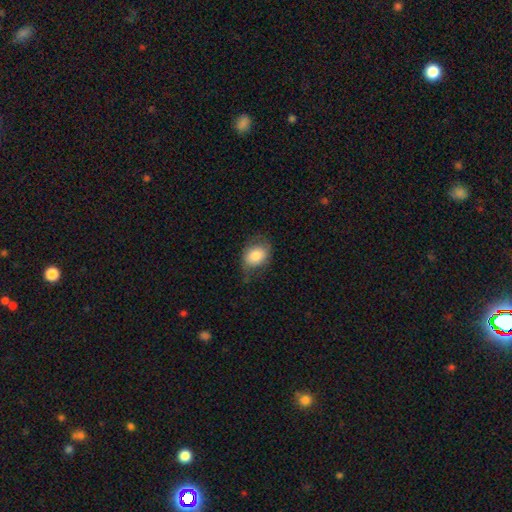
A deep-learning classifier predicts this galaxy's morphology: smooth_or_featured: smooth (p=0.75) [alt: featured or disk p=0.17]
how_rounded: in between (p=0.64) [alt: round p=0.35]
merging: none (p=0.56) [alt: minor disturbance p=0.30]